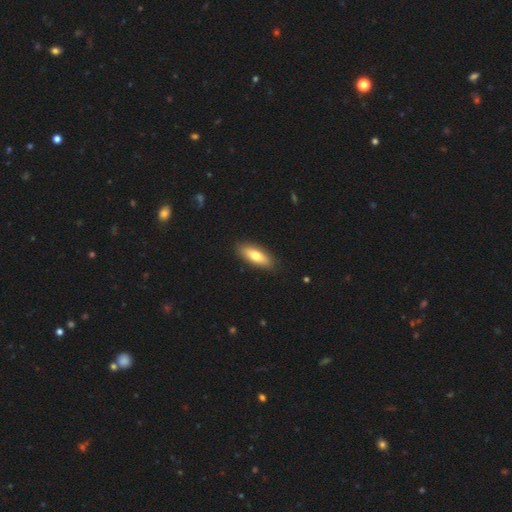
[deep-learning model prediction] smooth_or_featured: smooth (p=0.72) [alt: featured or disk p=0.23]
how_rounded: in between (p=0.67) [alt: cigar-shaped p=0.31]
merging: none (p=0.89) [alt: minor disturbance p=0.09]